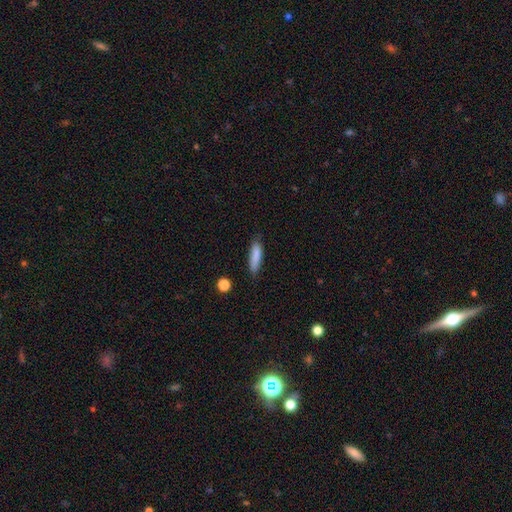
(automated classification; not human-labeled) A smooth galaxy with no disk features (85%) that is cigar-shaped (65%).

Vote fractions:
- Smooth or featured? smooth: 85% / featured or disk: 8% / star or artifact: 7%
- How rounded? cigar-shaped: 65% / in between: 33% / round: 2%
- Merging? none: 76% / minor disturbance: 18% / major disturbance: 4% / merger: 2%